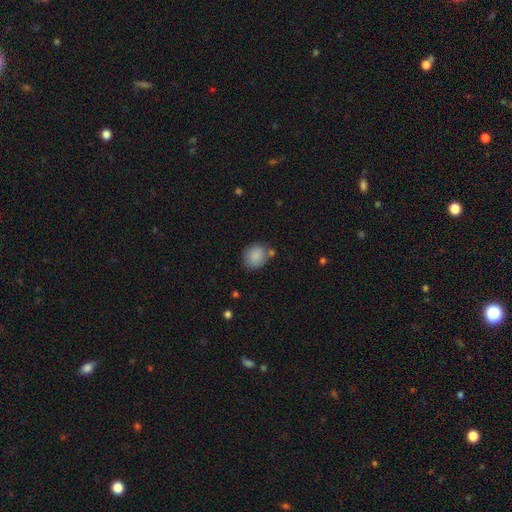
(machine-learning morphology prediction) Overall: smooth (87%). How rounded: round (68%; in between 31%). Merging: none (70%).